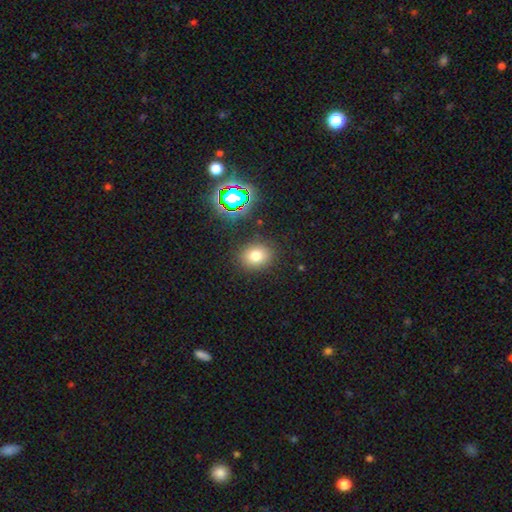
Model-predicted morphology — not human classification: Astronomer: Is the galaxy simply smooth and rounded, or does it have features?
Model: smooth — 75%.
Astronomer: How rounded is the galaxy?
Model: round — 58% (runner-up: in between, 41%).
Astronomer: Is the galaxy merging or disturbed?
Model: none — 85%.